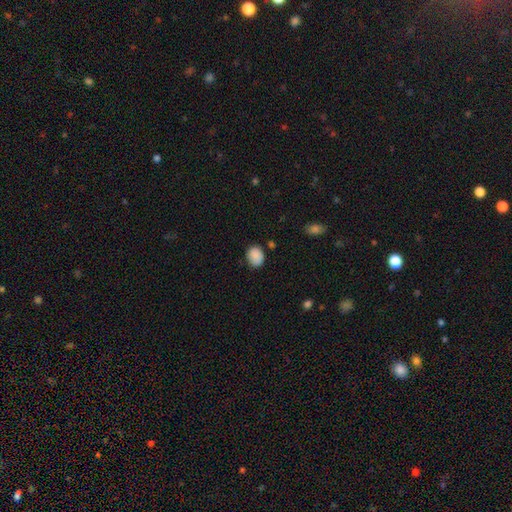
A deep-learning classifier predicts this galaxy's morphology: A smooth galaxy with no disk features (88%) that is in between round and cigar-shaped (53%).

Vote fractions:
- Smooth or featured? smooth: 88% / star or artifact: 8% / featured or disk: 4%
- How rounded? in between: 53% / round: 46% / cigar-shaped: 1%
- Merging? none: 75% / minor disturbance: 19% / major disturbance: 4% / merger: 2%